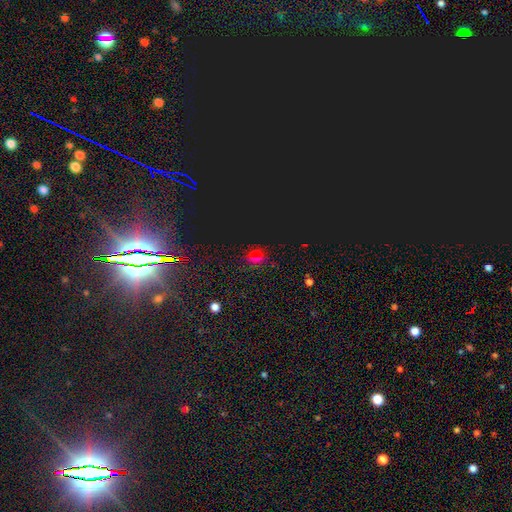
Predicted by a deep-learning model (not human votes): This appears to be a star or artifact, not a galaxy (65%).